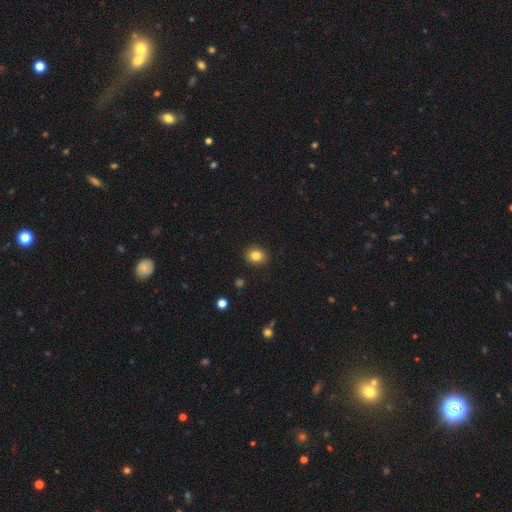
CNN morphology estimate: A smooth galaxy with no disk features (84%) that is round (52%). Merging: none (90%).